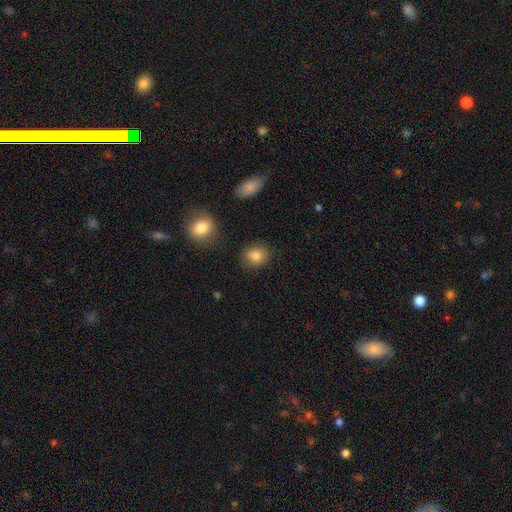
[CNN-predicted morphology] Smooth or featured? smooth (84%)
How rounded? round (63%)
Merging? none (84%)